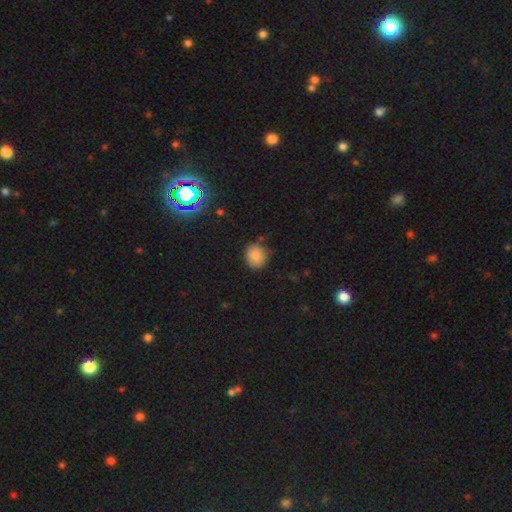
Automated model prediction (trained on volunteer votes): The model was most divided on "how rounded": round: 76%, in between: 23%, cigar-shaped: 1%. More confident: smooth or featured — smooth (82%); merging — none (79%).